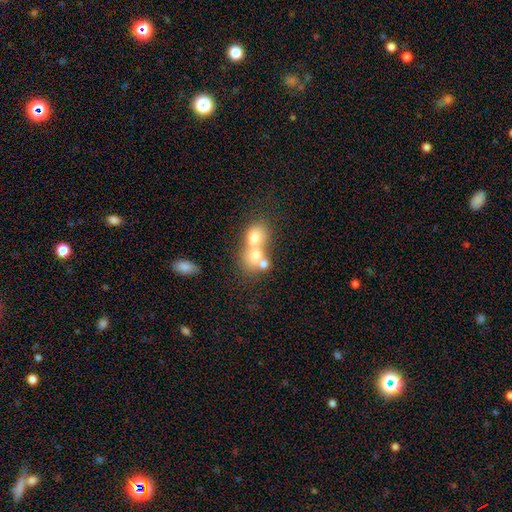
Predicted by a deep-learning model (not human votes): Smooth or featured? Predicted: smooth (p=0.65). How rounded? Predicted: round (p=0.60). Merging? Predicted: merger (p=0.69).